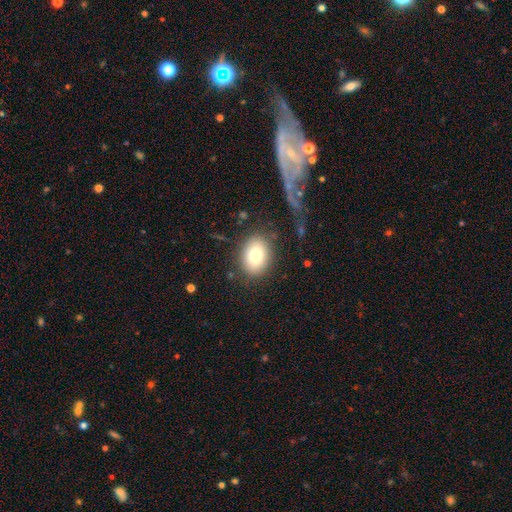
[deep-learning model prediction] A smooth galaxy with no disk features (80%) that is in between round and cigar-shaped (65%).

Vote fractions:
- Smooth or featured? smooth: 80% / featured or disk: 12% / star or artifact: 9%
- How rounded? in between: 65% / round: 34% / cigar-shaped: 1%
- Merging? none: 81% / minor disturbance: 11% / major disturbance: 5% / merger: 2%